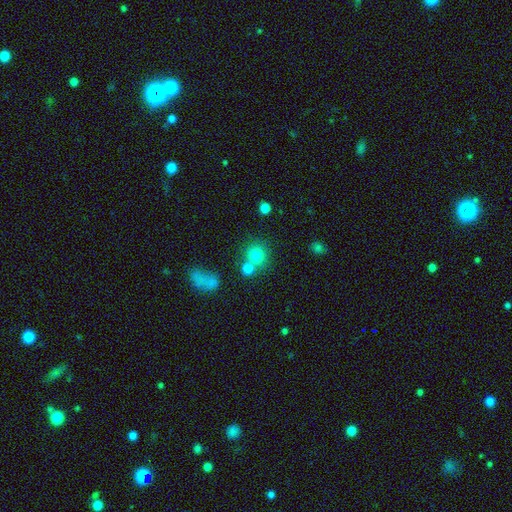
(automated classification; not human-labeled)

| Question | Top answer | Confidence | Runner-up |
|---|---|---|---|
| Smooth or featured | smooth | 77% | star or artifact (14%) |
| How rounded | round | 87% | in between (12%) |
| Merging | none | 61% | merger (26%) |